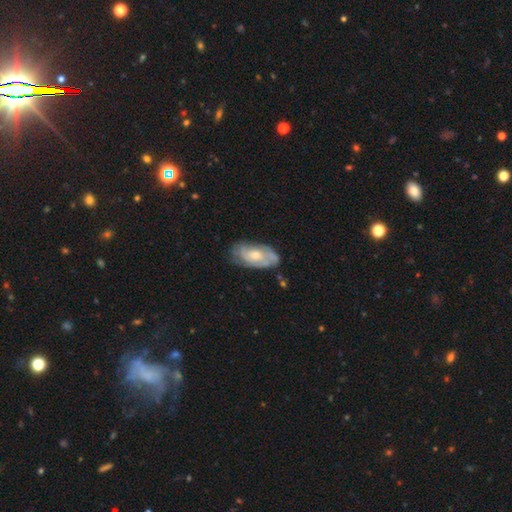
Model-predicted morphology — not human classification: smooth_or_featured: featured or disk (p=0.65) [alt: smooth p=0.29]
disk_edge_on: no (p=0.92) [alt: yes p=0.08]
bar: no (p=0.75) [alt: weak p=0.22]
has_spiral_arms: yes (p=0.79) [alt: no p=0.21]
bulge_size: moderate (p=0.53) [alt: small p=0.40]
merging: none (p=0.65) [alt: minor disturbance p=0.25]